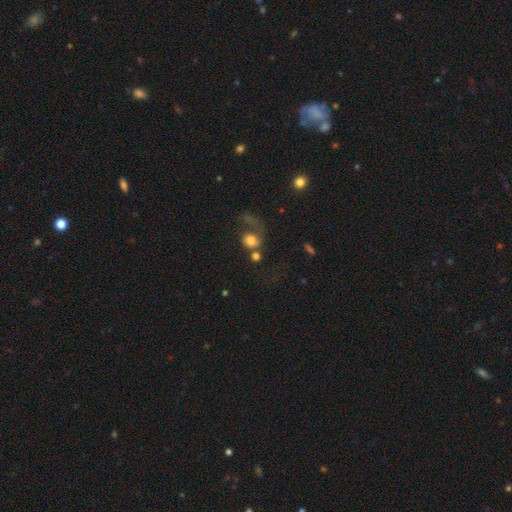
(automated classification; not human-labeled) Overall: smooth (63%). How rounded: round (74%). Merging: major disturbance (31%; none 29%).